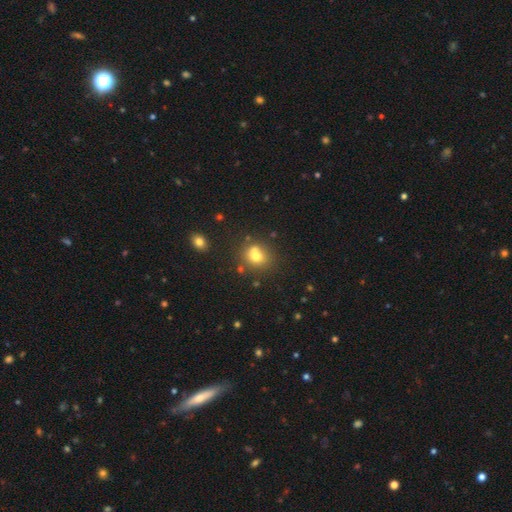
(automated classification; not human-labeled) The model was most divided on "merging": none: 47%, merger: 38%, minor disturbance: 11%, major disturbance: 5%. More confident: how rounded — round (72%); smooth or featured — smooth (67%).